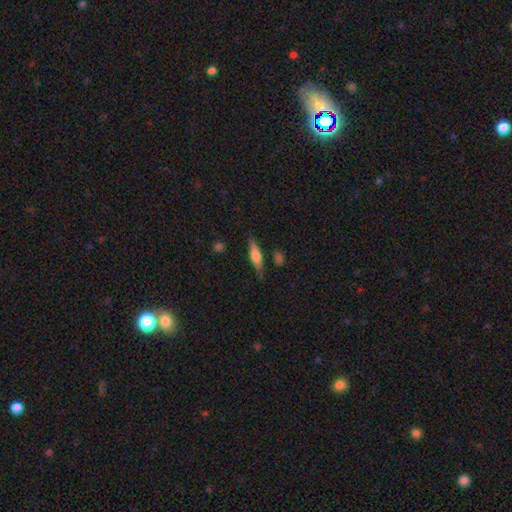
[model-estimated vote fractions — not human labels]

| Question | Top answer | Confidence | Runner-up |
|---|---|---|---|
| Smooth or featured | smooth | 48% | featured or disk (45%) |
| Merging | none | 81% | minor disturbance (13%) |